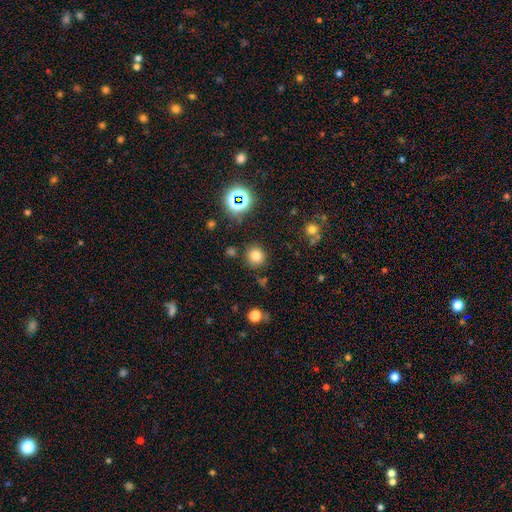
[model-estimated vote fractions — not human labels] smooth 76%, star or artifact 18%, featured or disk 7%. Down the decision tree: how rounded — round (91%); merging — none (85%).